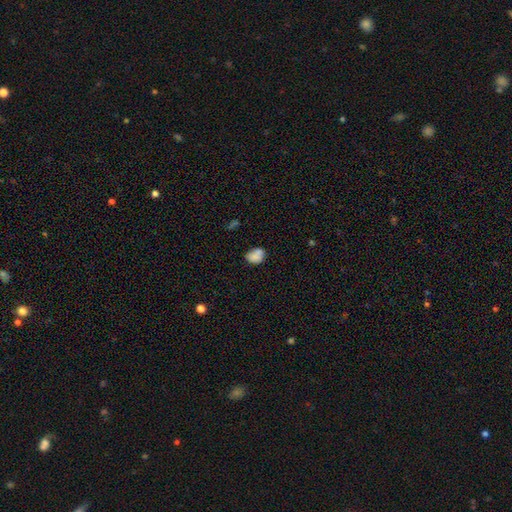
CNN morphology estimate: type=smooth (77%); roundness=in between (63%); merging=none (51%).